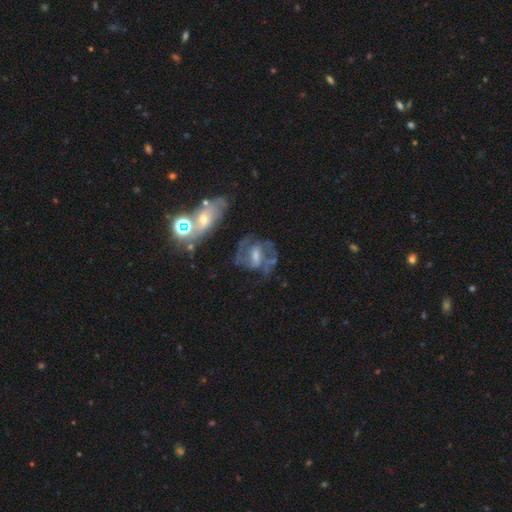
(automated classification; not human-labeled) A featured or disk galaxy (76%) with a weak bar (48%), 2 (58%) medium (49%) spiral arms (80%) and a moderate central bulge (42%).

Vote fractions:
- Smooth or featured? featured or disk: 76% / smooth: 15% / star or artifact: 9%
- Edge-on disk? no: 96% / yes: 4%
- Bar? weak: 48% / no: 27% / strong: 24%
- Spiral arms? yes: 80% / no: 20%
- Spiral winding? medium: 49% / tight: 30% / loose: 21%
- Spiral arm count? 2: 58% / can't tell: 23% / 3: 10% / 1: 4% / 4: 3% / more than 4: 2%
- Bulge size? moderate: 42% / small: 35% / none: 14% / large: 7% / dominant: 1%
- Merging? none: 55% / minor disturbance: 19% / major disturbance: 18% / merger: 8%